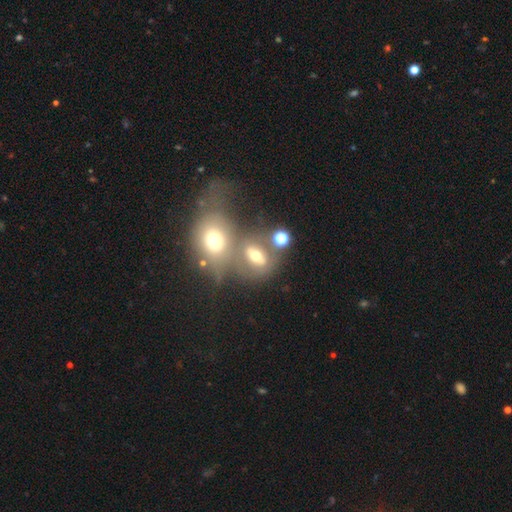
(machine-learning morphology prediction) smooth 48%, featured or disk 35%, star or artifact 17%. Down the decision tree: merging — none (40%).